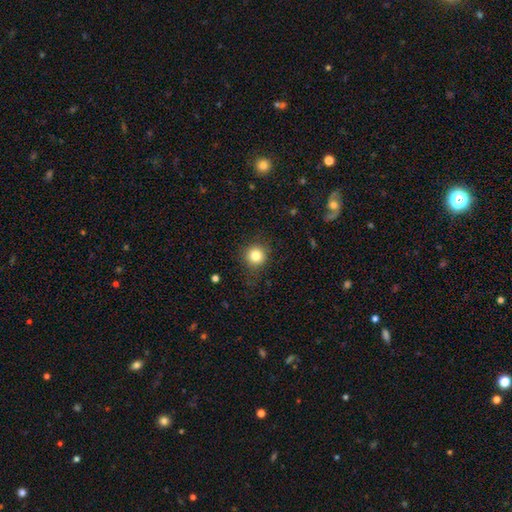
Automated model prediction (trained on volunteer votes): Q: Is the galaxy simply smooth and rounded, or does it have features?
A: smooth — 82%.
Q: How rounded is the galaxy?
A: round — 93%.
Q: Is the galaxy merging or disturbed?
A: none — 84%.